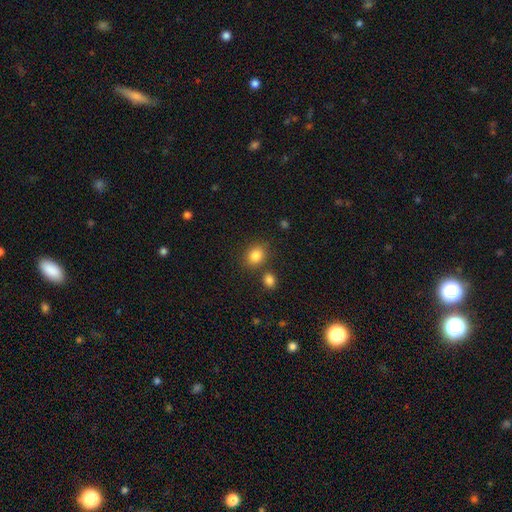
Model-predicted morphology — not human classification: Smooth or featured? smooth (85%)
How rounded? round (51%)
Merging? none (74%)